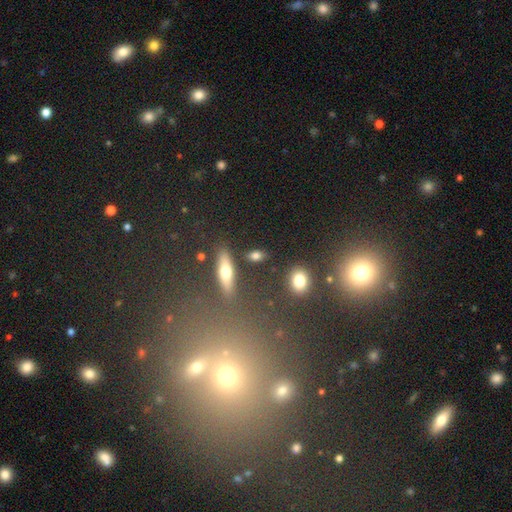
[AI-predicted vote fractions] Morphology: type=smooth (74%); roundness=in between (64%); merging=none (79%).